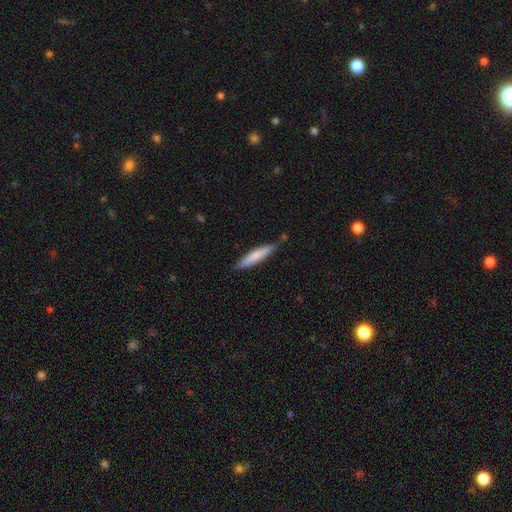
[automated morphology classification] This is likely a smooth galaxy (72%). How rounded: clearly cigar-shaped (89%). Merging: likely none (79%).